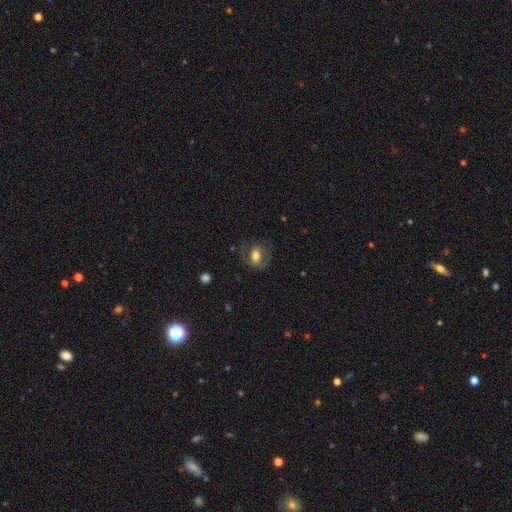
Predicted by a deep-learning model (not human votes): A smooth galaxy with no disk features (48%). Merging: none (62%).